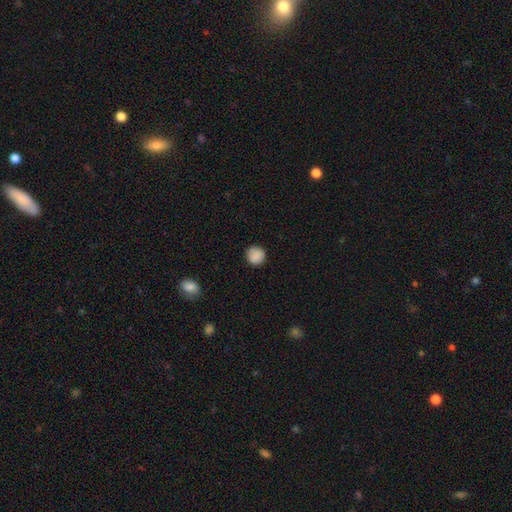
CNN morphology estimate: Overall: smooth (87%). How rounded: round (91%). Merging: none (85%).